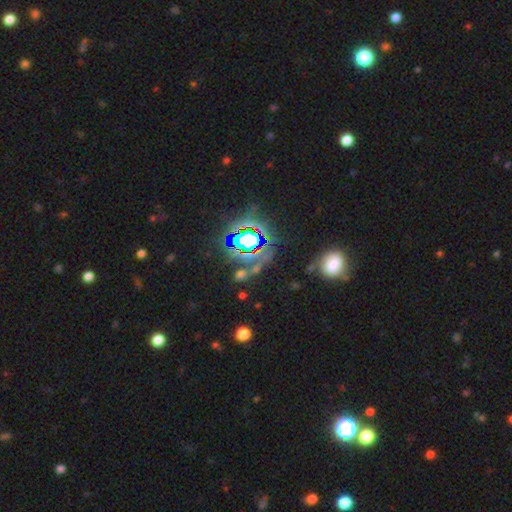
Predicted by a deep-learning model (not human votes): This appears to be a star or artifact, not a galaxy (80%).